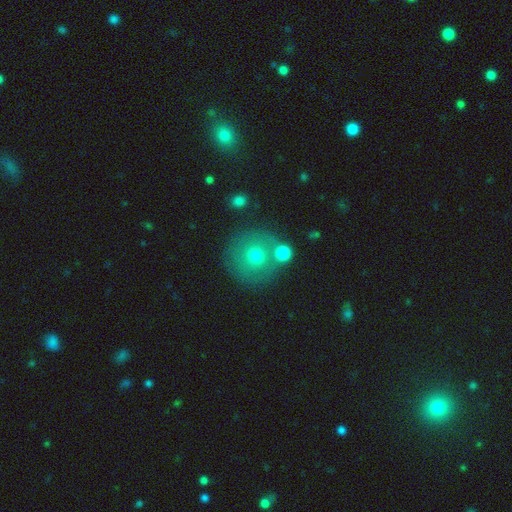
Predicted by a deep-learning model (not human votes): Smooth or featured?
  - smooth: 67% *
  - featured or disk: 21%
  - star or artifact: 12%
How rounded?
  - round: 91% *
  - in between: 8%
  - cigar-shaped: 1%
Merging?
  - none: 69% *
  - merger: 14%
  - minor disturbance: 12%
  - major disturbance: 5%